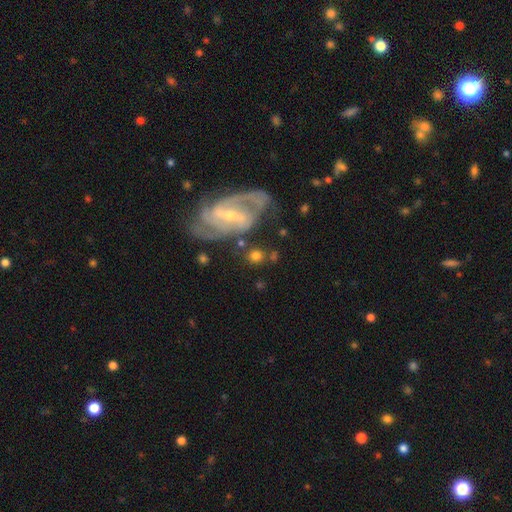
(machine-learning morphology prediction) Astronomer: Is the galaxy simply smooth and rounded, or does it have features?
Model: smooth — 53% (runner-up: featured or disk, 38%).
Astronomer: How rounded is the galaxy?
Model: round — 73%.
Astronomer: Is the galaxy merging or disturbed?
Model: none — 69%.